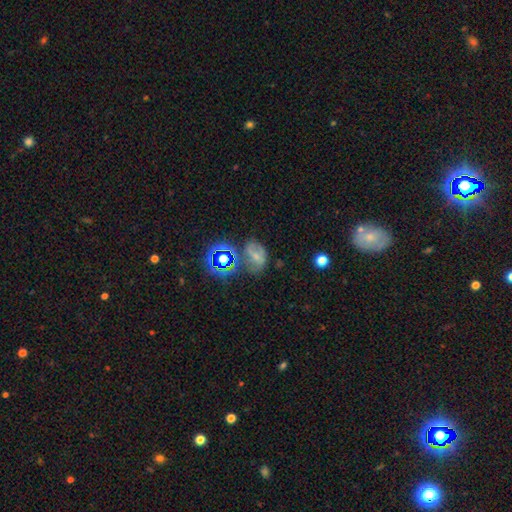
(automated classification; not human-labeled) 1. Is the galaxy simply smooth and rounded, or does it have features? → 40% smooth, 34% featured or disk, 26% star or artifact.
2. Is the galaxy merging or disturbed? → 52% none, 24% minor disturbance, 16% major disturbance, 9% merger.